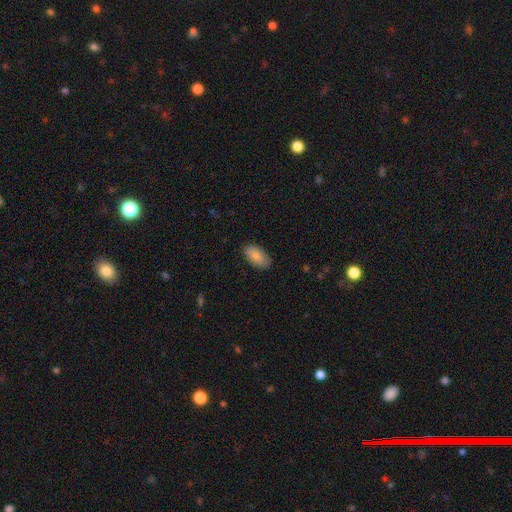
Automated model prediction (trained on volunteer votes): This appears to be a smooth galaxy with no disk features (86%) that is in between round and cigar-shaped (94%). Merging: none (86%).